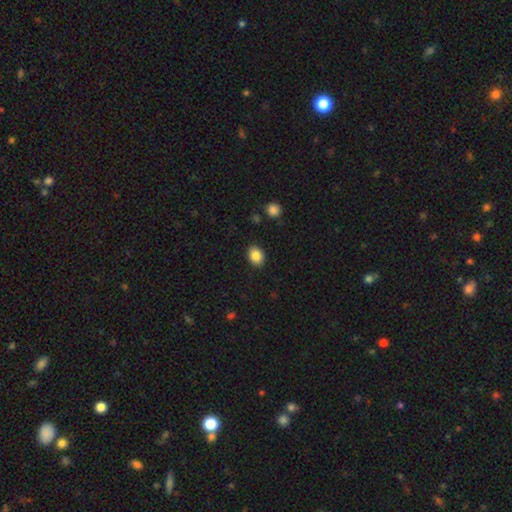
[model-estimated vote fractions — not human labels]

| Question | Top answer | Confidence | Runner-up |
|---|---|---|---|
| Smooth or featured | smooth | 86% | star or artifact (9%) |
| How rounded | in between | 64% | round (35%) |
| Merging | none | 88% | minor disturbance (8%) |